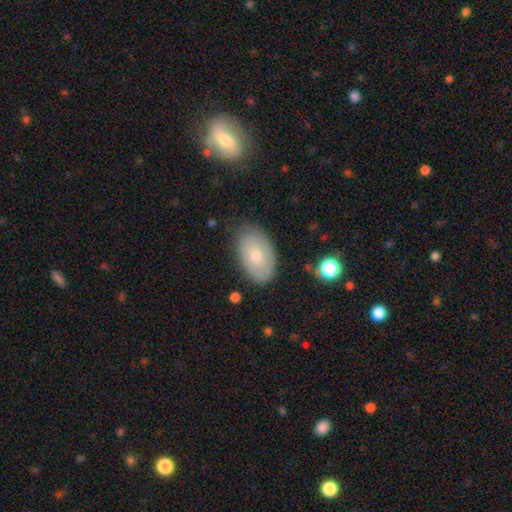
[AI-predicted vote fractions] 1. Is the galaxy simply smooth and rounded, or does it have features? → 69% smooth, 24% featured or disk, 7% star or artifact.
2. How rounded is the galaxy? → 92% in between, 6% round, 1% cigar-shaped.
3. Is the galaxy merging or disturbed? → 78% none, 16% minor disturbance, 4% major disturbance, 1% merger.